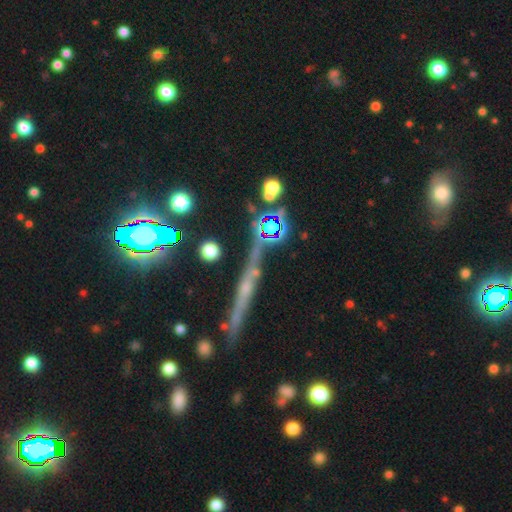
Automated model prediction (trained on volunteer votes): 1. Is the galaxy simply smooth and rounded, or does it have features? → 51% featured or disk, 28% star or artifact, 21% smooth.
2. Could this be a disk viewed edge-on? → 92% yes, 8% no.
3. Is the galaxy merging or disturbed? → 79% none, 11% minor disturbance, 6% merger, 4% major disturbance.